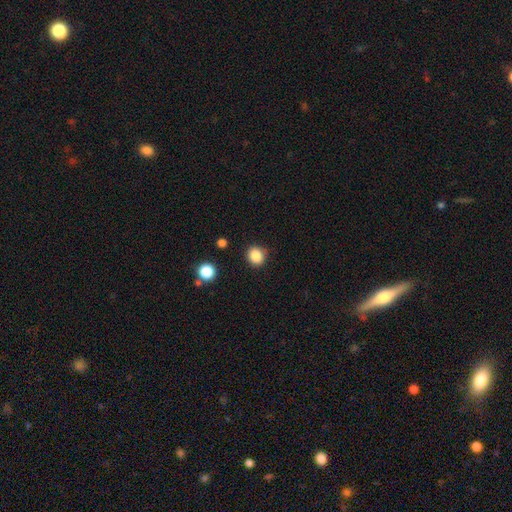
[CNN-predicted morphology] A smooth galaxy with no disk features (86%) that is round (82%). Merging: none (88%).